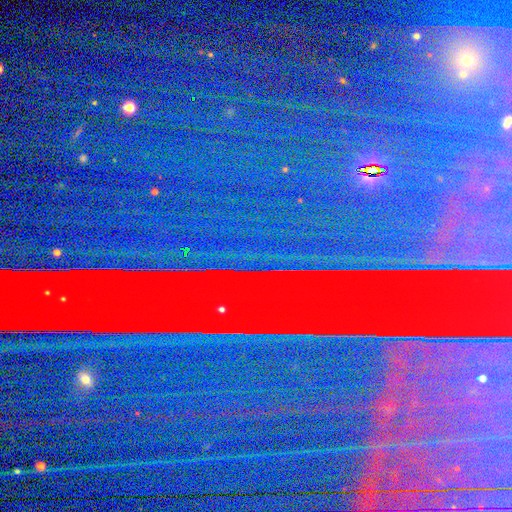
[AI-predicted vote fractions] smooth-or-featured: star or artifact: 85% | smooth: 8% | featured or disk: 7%